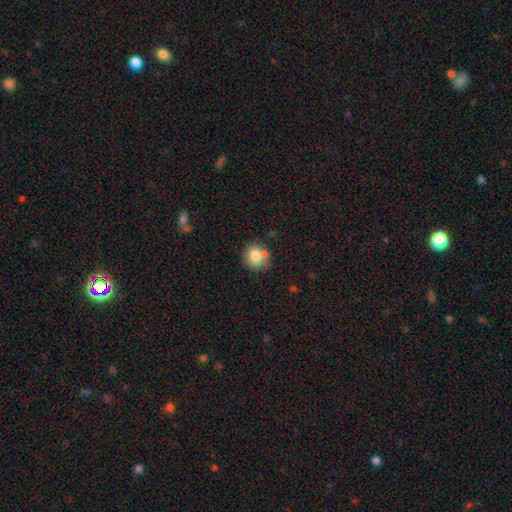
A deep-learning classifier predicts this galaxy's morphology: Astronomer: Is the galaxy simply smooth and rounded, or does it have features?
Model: smooth — 79%.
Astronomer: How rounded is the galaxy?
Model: round — 81%.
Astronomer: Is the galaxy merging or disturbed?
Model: none — 64%.